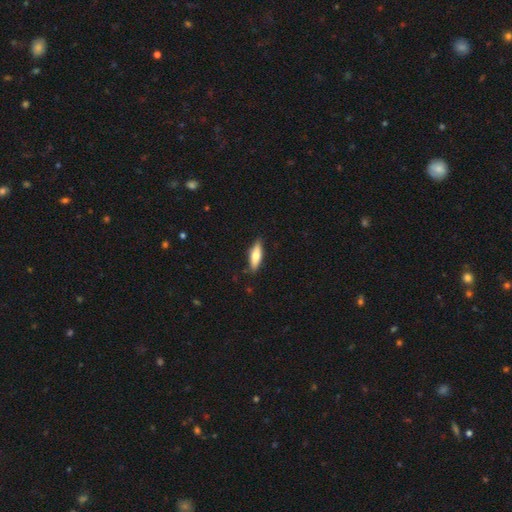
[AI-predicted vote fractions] smooth_or_featured: smooth (p=0.69) [alt: featured or disk p=0.25]
how_rounded: cigar-shaped (p=0.52) [alt: in between p=0.46]
merging: none (p=0.86) [alt: minor disturbance p=0.11]